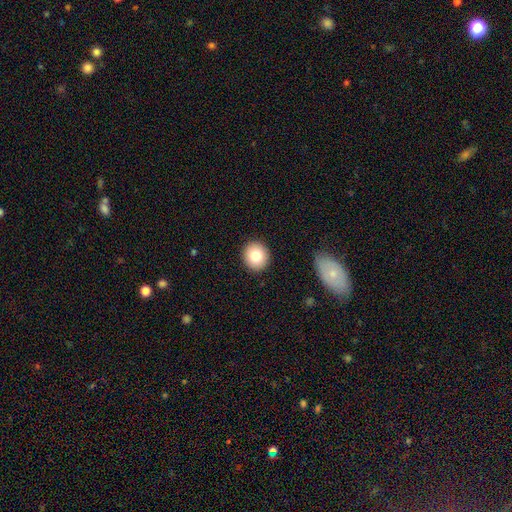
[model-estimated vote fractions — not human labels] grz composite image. It shows a smooth galaxy with no disk features (81%) that is round (86%). Merging: none (90%).